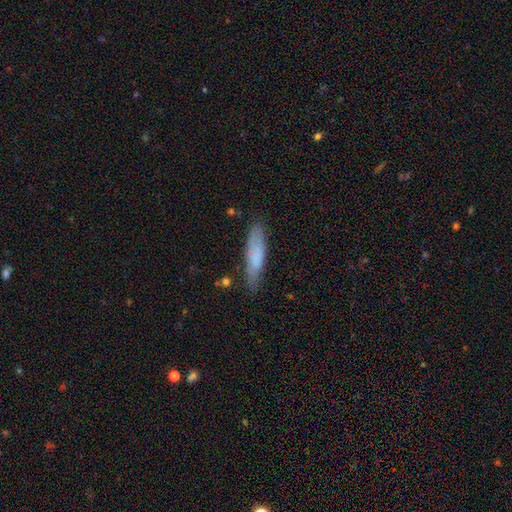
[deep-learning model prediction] Smooth or featured?
  - smooth: 75% *
  - featured or disk: 18%
  - star or artifact: 6%
How rounded?
  - cigar-shaped: 76% *
  - in between: 23%
  - round: 1%
Merging?
  - none: 77% *
  - minor disturbance: 18%
  - major disturbance: 3%
  - merger: 2%